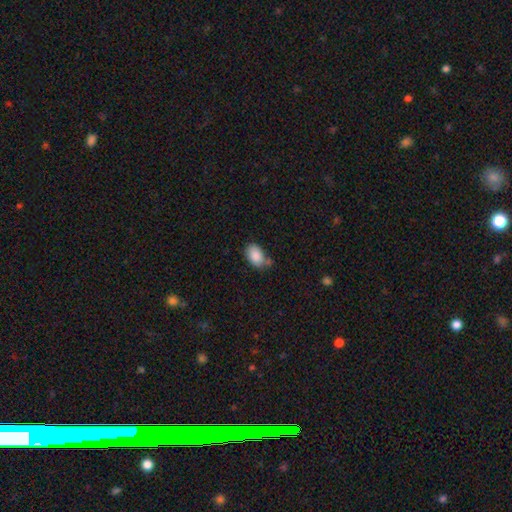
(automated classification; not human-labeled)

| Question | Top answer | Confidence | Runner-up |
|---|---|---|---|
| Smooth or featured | smooth | 87% | star or artifact (7%) |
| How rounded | in between | 87% | round (11%) |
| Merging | none | 62% | minor disturbance (22%) |